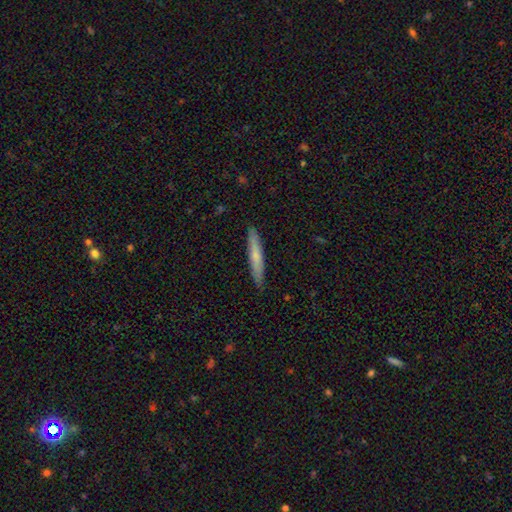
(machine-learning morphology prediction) smooth_or_featured: smooth (p=0.62) [alt: featured or disk p=0.33]
how_rounded: cigar-shaped (p=0.94) [alt: in between p=0.05]
merging: none (p=0.90) [alt: minor disturbance p=0.08]